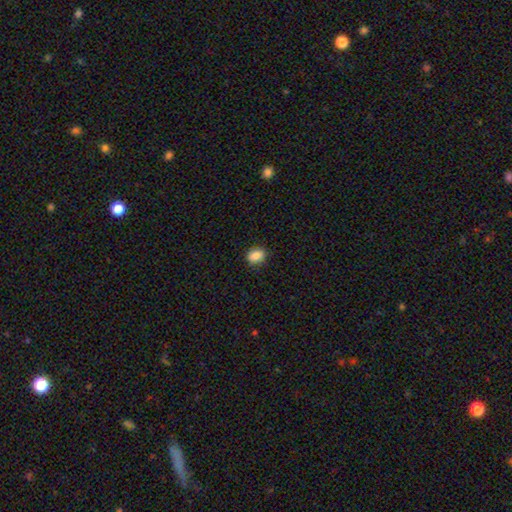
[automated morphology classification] smooth 87%, star or artifact 9%, featured or disk 4%. Down the decision tree: how rounded — in between (65%); merging — none (86%).